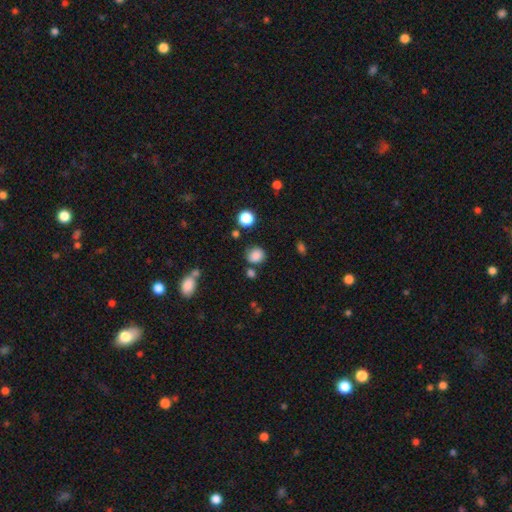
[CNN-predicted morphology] type=smooth (83%); roundness=round (76%); merging=none (72%).